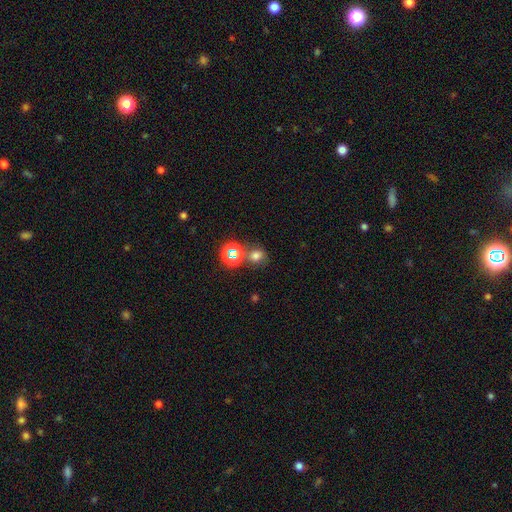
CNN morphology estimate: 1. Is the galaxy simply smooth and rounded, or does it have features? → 65% smooth, 25% star or artifact, 10% featured or disk.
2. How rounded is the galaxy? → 76% round, 23% in between, 1% cigar-shaped.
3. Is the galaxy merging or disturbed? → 64% none, 19% merger, 12% minor disturbance, 5% major disturbance.